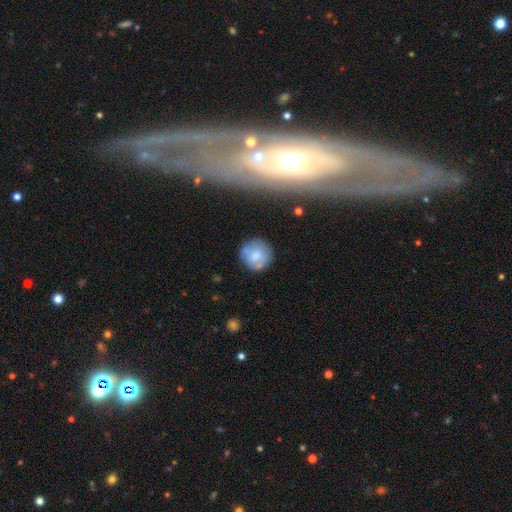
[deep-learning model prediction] Morphology: type=smooth (68%); roundness=round (91%); merging=none (73%).